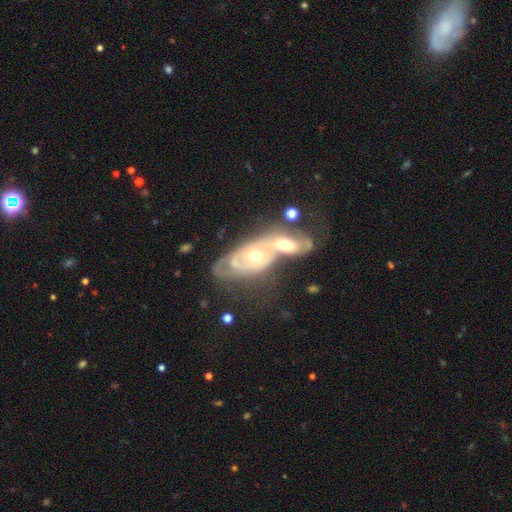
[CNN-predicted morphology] featured or disk 77%, smooth 16%, star or artifact 7%. Down the decision tree: edge-on disk — no (91%); bar — no (78%); spiral arms — yes (75%); spiral arm count — can't tell (44%); spiral winding — tight (63%); bulge size — moderate (62%); merging — merger (64%).